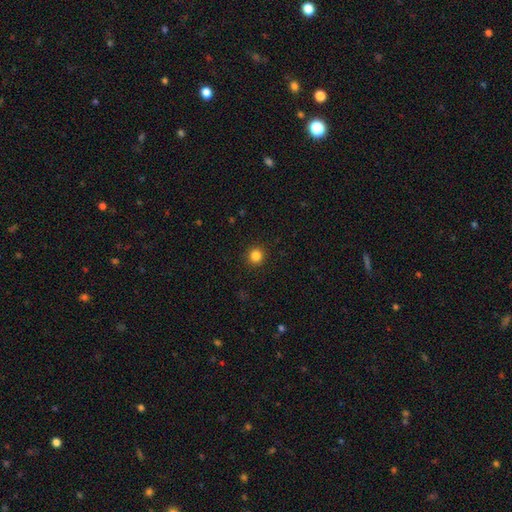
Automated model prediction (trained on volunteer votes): smooth 84%, star or artifact 12%, featured or disk 4%. Down the decision tree: how rounded — round (94%); merging — none (93%).